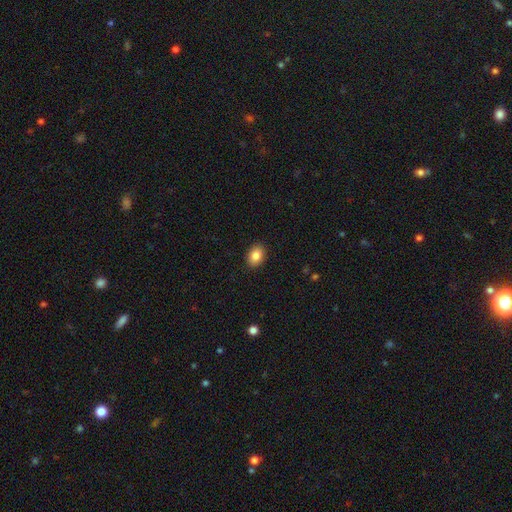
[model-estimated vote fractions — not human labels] Overall: smooth (85%). How rounded: in between (71%). Merging: none (91%).